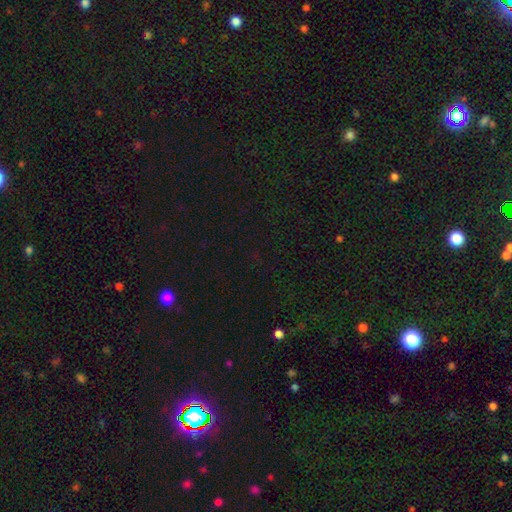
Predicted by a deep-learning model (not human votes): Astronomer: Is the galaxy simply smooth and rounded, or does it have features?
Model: star or artifact — 74%.